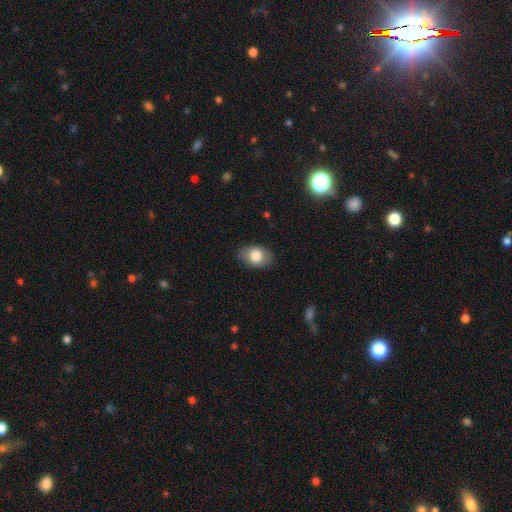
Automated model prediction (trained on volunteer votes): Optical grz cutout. It shows a smooth galaxy with no disk features (78%) that is in between round and cigar-shaped (82%). Merging: none (83%).